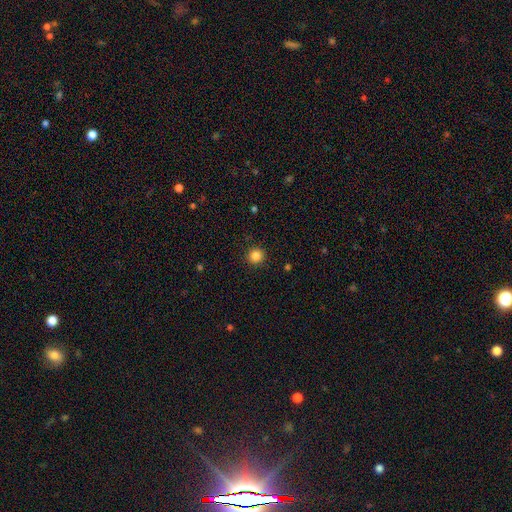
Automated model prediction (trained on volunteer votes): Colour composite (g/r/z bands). It shows a smooth galaxy with no disk features (85%) that is round (94%). Merging: none (92%).